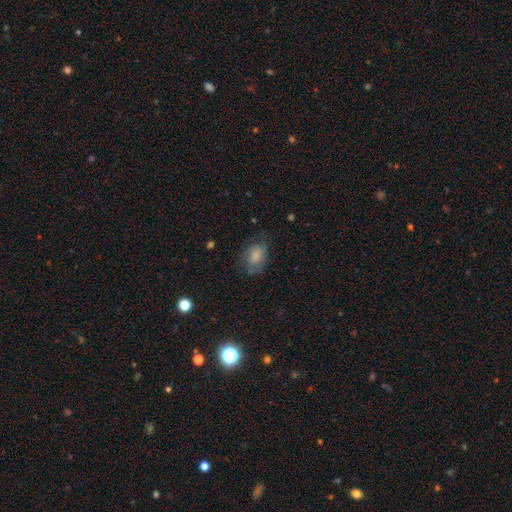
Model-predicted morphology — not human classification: Overall: smooth (69%). How rounded: in between (75%). Merging: none (57%; minor disturbance 27%).